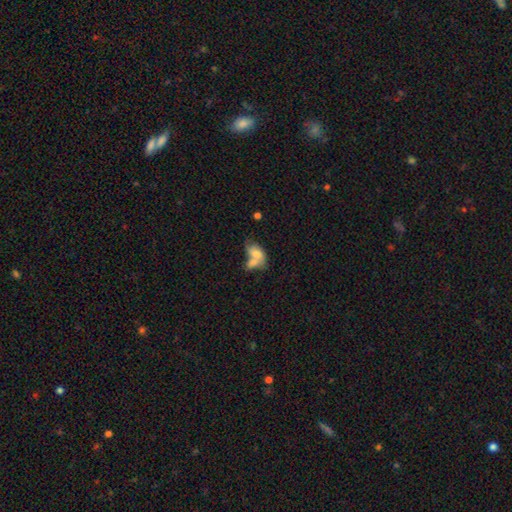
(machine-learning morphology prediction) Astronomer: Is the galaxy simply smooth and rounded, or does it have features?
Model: smooth — 69%.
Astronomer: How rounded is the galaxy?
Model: in between — 88%.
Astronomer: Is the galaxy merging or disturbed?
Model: merger — 61%.